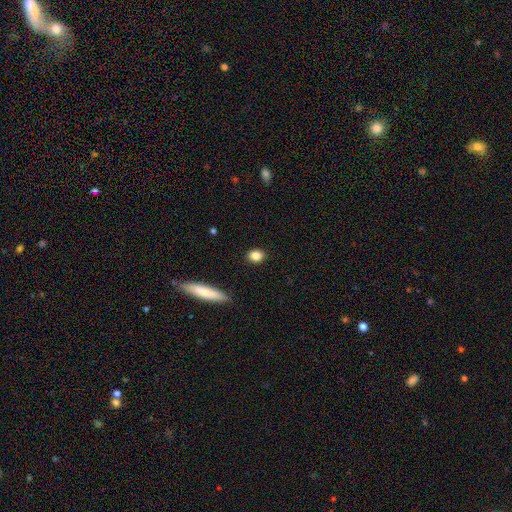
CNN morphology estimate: This is clearly a smooth galaxy (85%). How rounded: possibly round (52%). Merging: clearly none (89%).